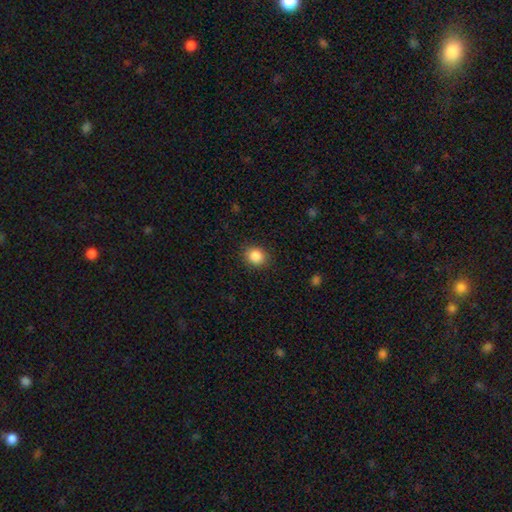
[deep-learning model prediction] Q: Smooth or featured?
A: smooth (87%); runner-up: star or artifact (10%)
Q: How rounded?
A: round (71%); runner-up: in between (28%)
Q: Merging?
A: none (88%); runner-up: minor disturbance (8%)